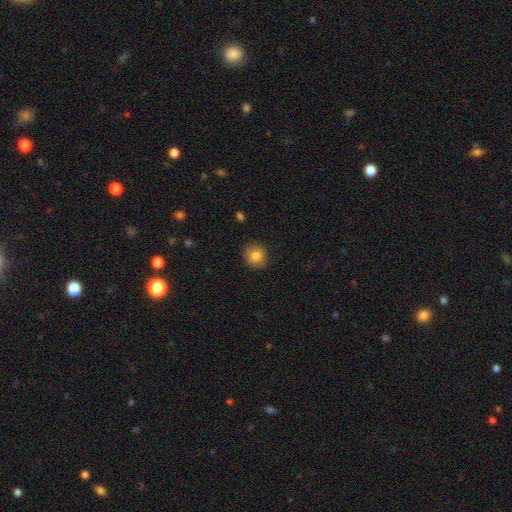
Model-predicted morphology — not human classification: A smooth galaxy with no disk features (82%) that is round (90%).

Vote fractions:
- Smooth or featured? smooth: 82% / star or artifact: 10% / featured or disk: 8%
- How rounded? round: 90% / in between: 9% / cigar-shaped: 1%
- Merging? none: 91% / minor disturbance: 7% / major disturbance: 2% / merger: 1%